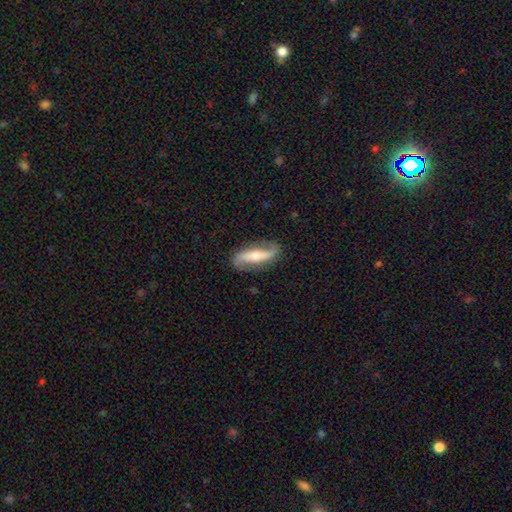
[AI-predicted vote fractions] Morphology: type=featured or disk (79%); edge-on=no (84%); bar=strong (52%); spiral arms=yes (91%); winding=loose (59%); arm count=2 (92%); bulge=moderate (55%); merging=none (83%).